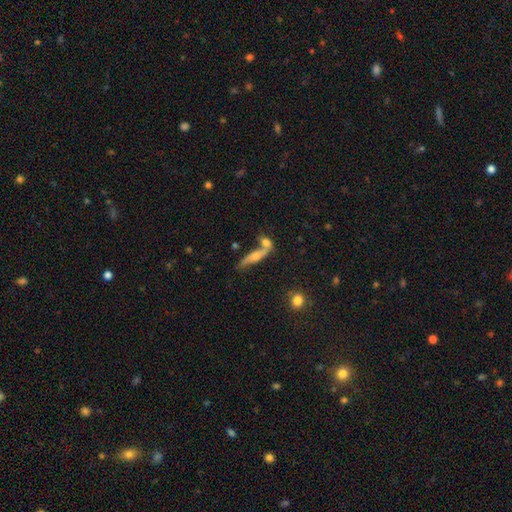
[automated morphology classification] The model was most divided on "merging": none: 46%, merger: 35%, minor disturbance: 13%, major disturbance: 6%. More confident: edge-on disk — yes (72%); smooth or featured — featured or disk (53%).